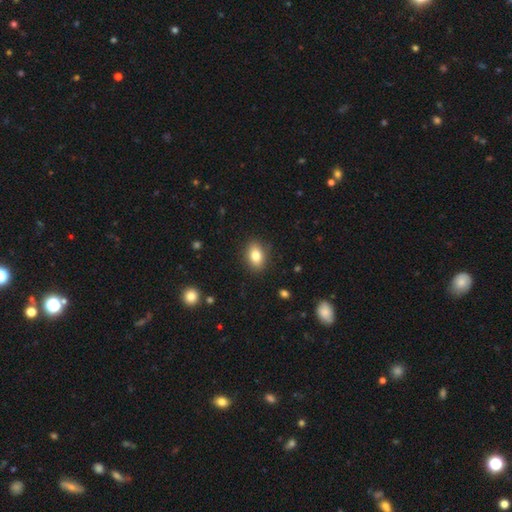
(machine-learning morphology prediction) smooth 82%, featured or disk 9%, star or artifact 9%. Down the decision tree: how rounded — in between (80%); merging — none (88%).